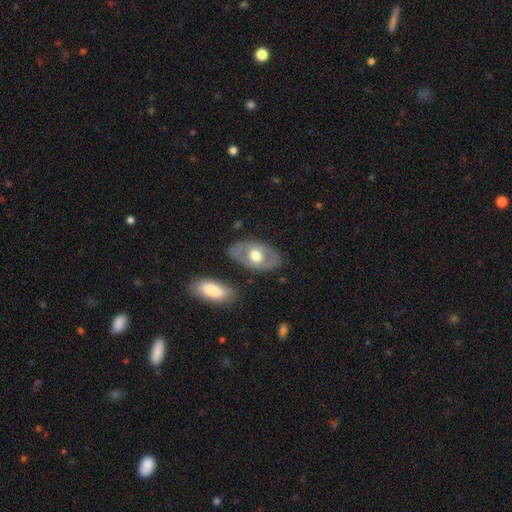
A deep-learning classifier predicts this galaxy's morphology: smooth_or_featured: featured or disk (p=0.54) [alt: smooth p=0.41]
disk_edge_on: no (p=0.87) [alt: yes p=0.13]
merging: none (p=0.80) [alt: minor disturbance p=0.13]